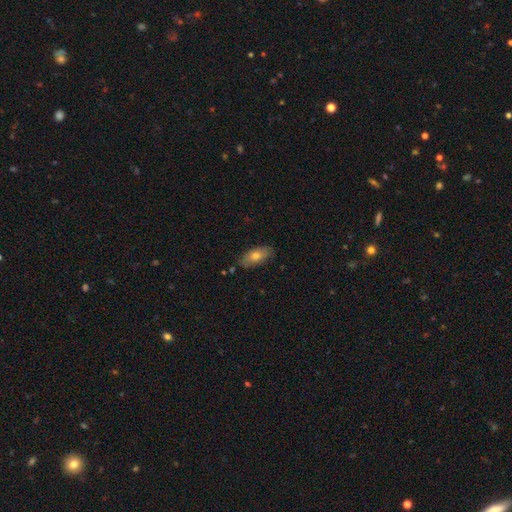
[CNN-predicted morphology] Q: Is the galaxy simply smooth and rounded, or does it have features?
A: smooth — 69%.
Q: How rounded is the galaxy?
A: in between — 84%.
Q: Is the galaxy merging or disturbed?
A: none — 81%.